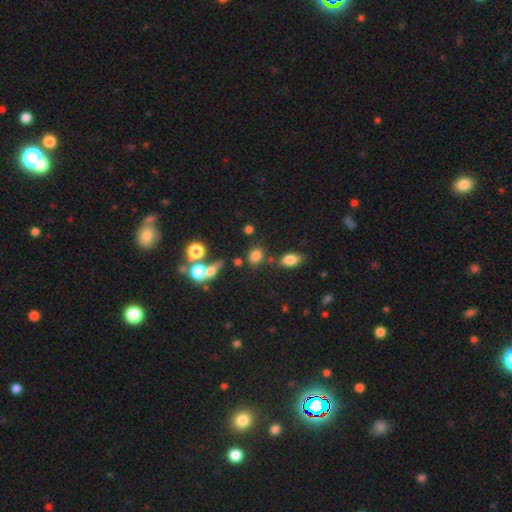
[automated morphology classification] smooth_or_featured: smooth (p=0.78) [alt: star or artifact p=0.14]
how_rounded: in between (p=0.58) [alt: round p=0.39]
merging: none (p=0.68) [alt: merger p=0.13]